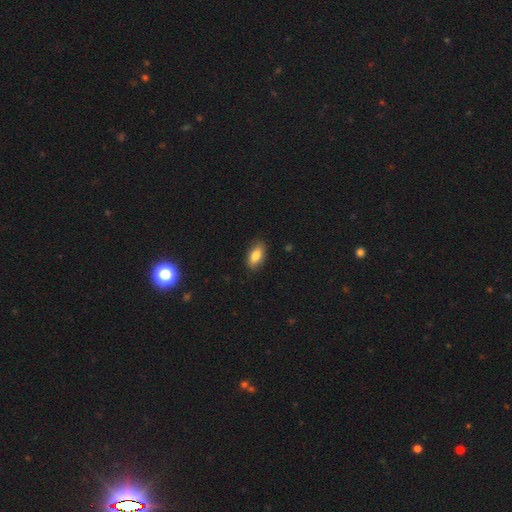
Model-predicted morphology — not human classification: The model was most divided on "smooth or featured": smooth: 84%, featured or disk: 9%, star or artifact: 7%. More confident: how rounded — in between (90%); merging — none (86%).